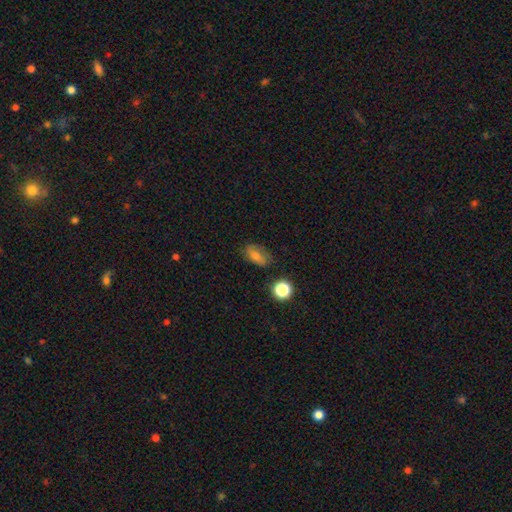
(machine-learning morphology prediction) This appears to be a smooth galaxy with no disk features (70%) that is in between round and cigar-shaped (84%). Merging: none (71%).